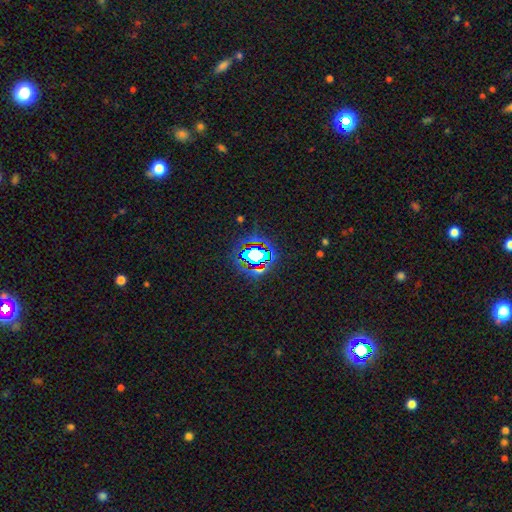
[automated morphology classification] Smooth or featured?
  - star or artifact: 67% *
  - smooth: 19%
  - featured or disk: 14%